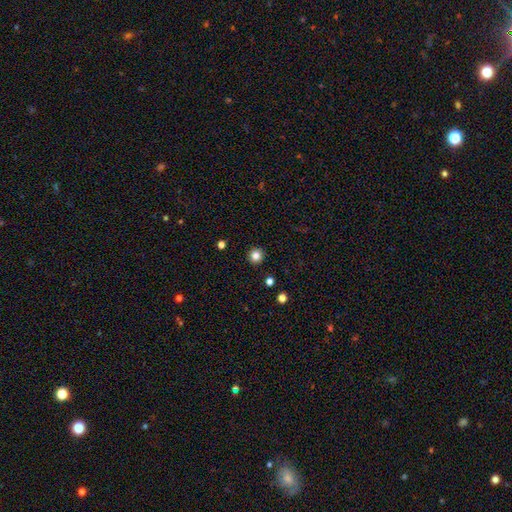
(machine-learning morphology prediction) smooth-or-featured: smooth: 83% | star or artifact: 12% | featured or disk: 5%
  how-rounded: round: 95% | in between: 4% | cigar-shaped: 1%
  merging: none: 93% | minor disturbance: 4% | major disturbance: 2% | merger: 1%